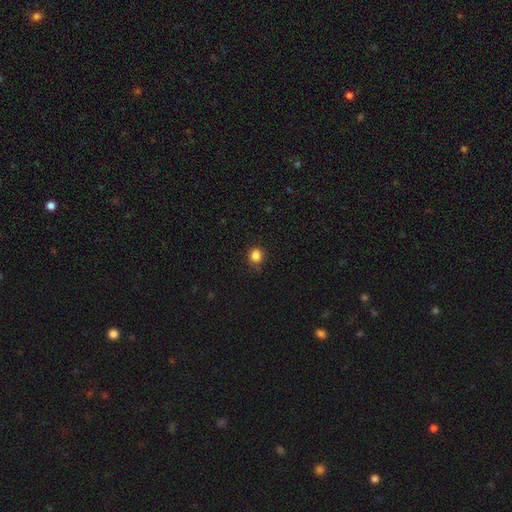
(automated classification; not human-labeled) smooth_or_featured: smooth (p=0.85) [alt: star or artifact p=0.11]
how_rounded: round (p=0.82) [alt: in between p=0.17]
merging: none (p=0.81) [alt: minor disturbance p=0.15]